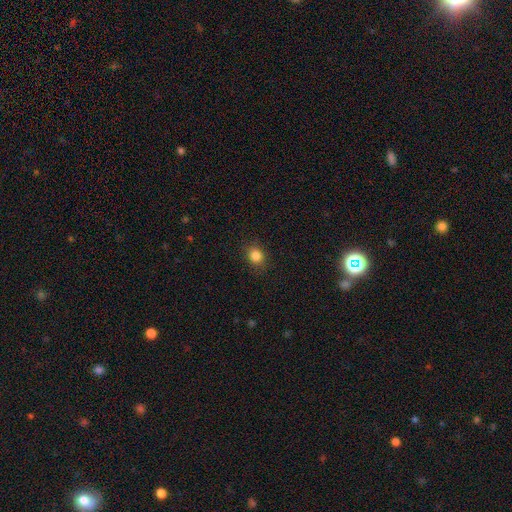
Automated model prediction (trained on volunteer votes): A smooth galaxy with no disk features (84%) that is round (69%). Merging: none (87%).